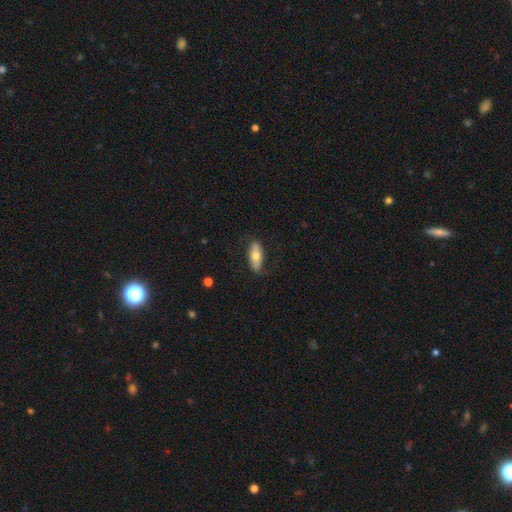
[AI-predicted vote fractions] Smooth or featured? smooth (65%)
How rounded? in between (75%)
Merging? none (78%)